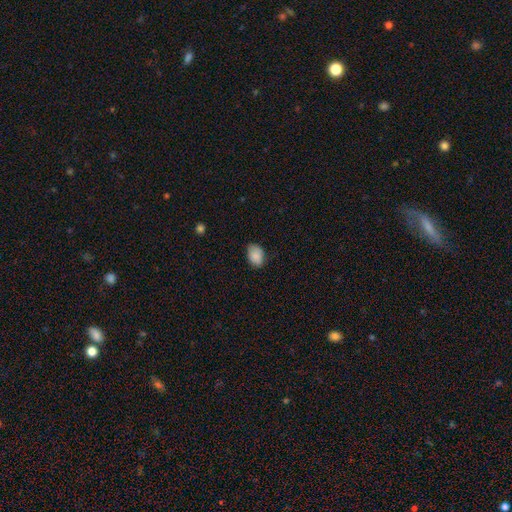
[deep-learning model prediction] A smooth galaxy with no disk features (88%) that is in between round and cigar-shaped (77%). Merging: none (72%).